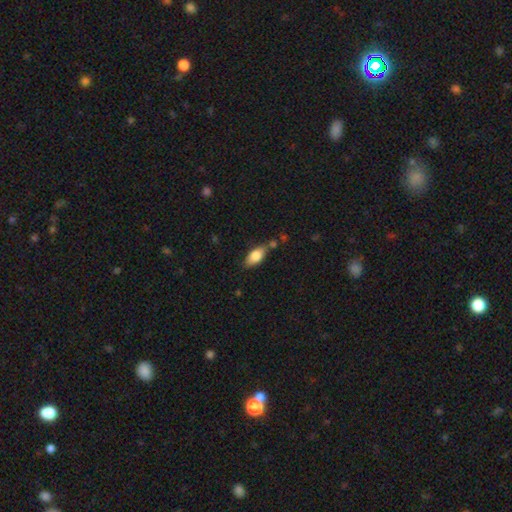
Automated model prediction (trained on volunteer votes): smooth-or-featured: smooth: 78% | featured or disk: 15% | star or artifact: 7%
  how-rounded: in between: 87% | cigar-shaped: 10% | round: 4%
  merging: none: 65% | minor disturbance: 21% | merger: 10% | major disturbance: 5%